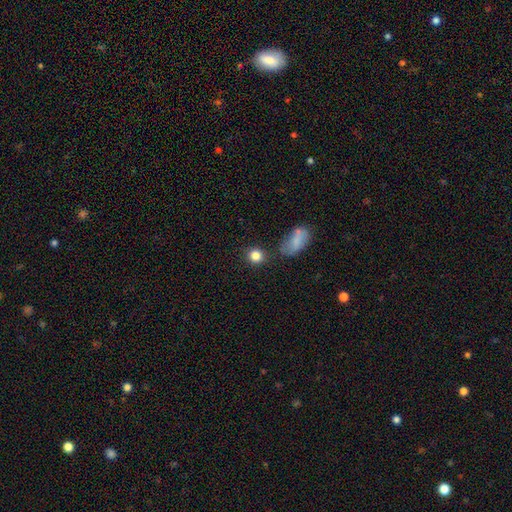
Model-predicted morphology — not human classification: Smooth or featured?
  - smooth: 83% *
  - star or artifact: 11%
  - featured or disk: 6%
How rounded?
  - round: 81% *
  - in between: 18%
  - cigar-shaped: 2%
Merging?
  - none: 77% *
  - minor disturbance: 11%
  - merger: 8%
  - major disturbance: 4%